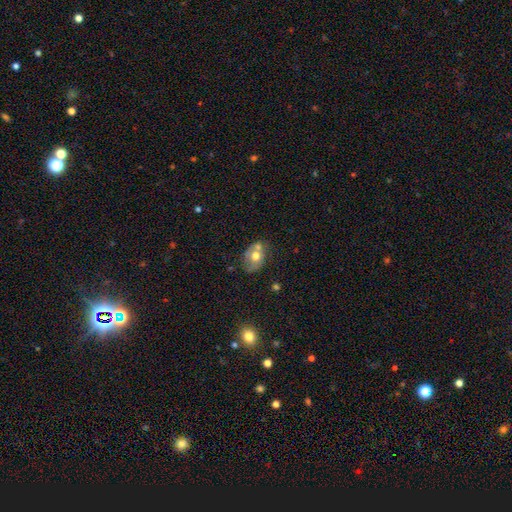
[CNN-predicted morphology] Overall: smooth (57%; featured or disk 34%). How rounded: in between (67%; round 32%). Merging: none (45%; merger 26%).